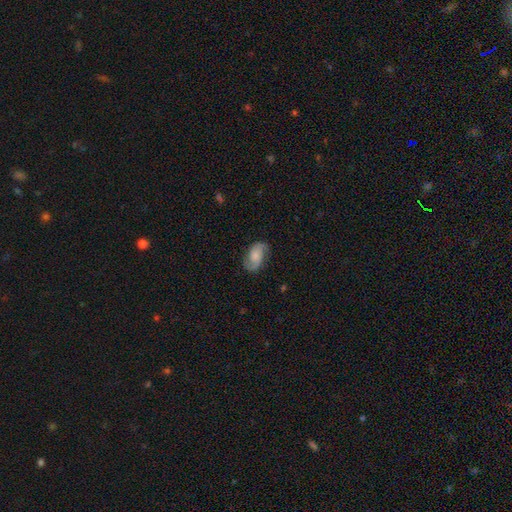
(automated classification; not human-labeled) Morphology: type=featured or disk (71%); edge-on=no (97%); bar=no (64%); spiral arms=yes (95%); winding=medium (47%); arm count=2 (90%); bulge=small (32%); merging=none (77%).